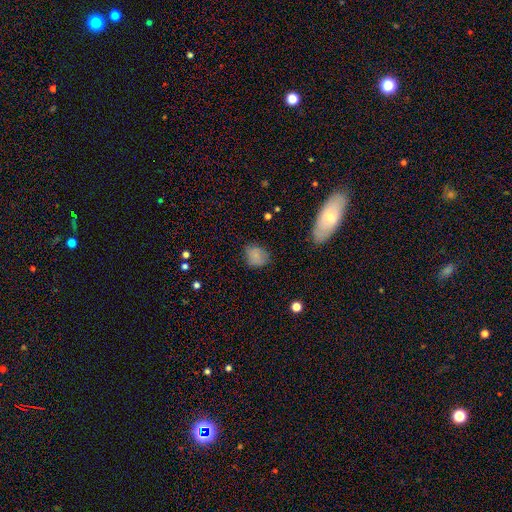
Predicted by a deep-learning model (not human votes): A smooth galaxy with no disk features (80%) that is round (62%). Merging: none (73%).